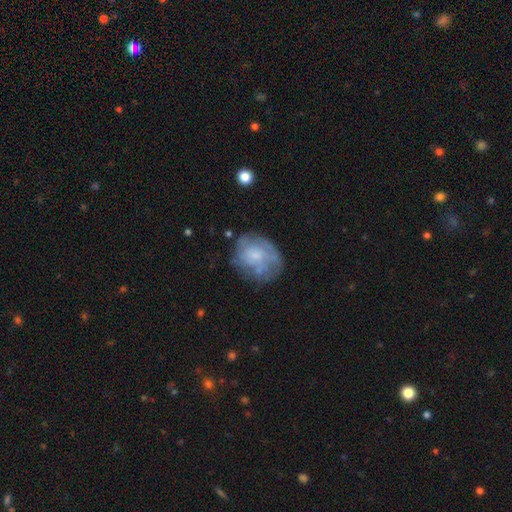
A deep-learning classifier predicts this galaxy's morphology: Smooth or featured?
  - featured or disk: 50% *
  - smooth: 42%
  - star or artifact: 9%
Merging?
  - none: 55% *
  - minor disturbance: 25%
  - major disturbance: 16%
  - merger: 4%